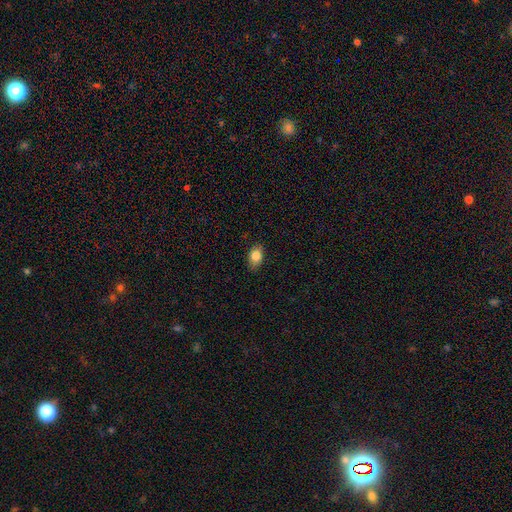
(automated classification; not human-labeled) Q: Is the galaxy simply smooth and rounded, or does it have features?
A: smooth — 84%.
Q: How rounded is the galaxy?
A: in between — 81%.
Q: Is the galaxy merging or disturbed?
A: none — 83%.